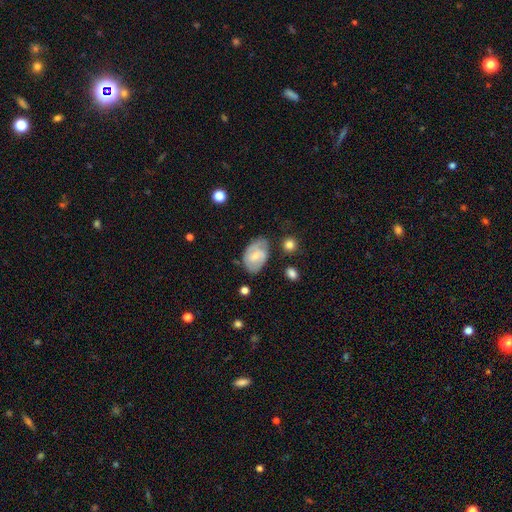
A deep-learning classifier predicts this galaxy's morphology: smooth_or_featured: featured or disk (p=0.56) [alt: smooth p=0.38]
disk_edge_on: no (p=0.96) [alt: yes p=0.04]
bar: no (p=0.50) [alt: weak p=0.43]
has_spiral_arms: yes (p=0.79) [alt: no p=0.21]
bulge_size: small (p=0.55) [alt: moderate p=0.37]
merging: none (p=0.60) [alt: minor disturbance p=0.28]